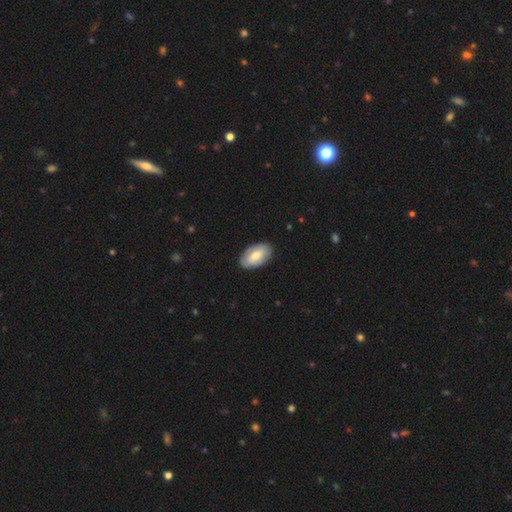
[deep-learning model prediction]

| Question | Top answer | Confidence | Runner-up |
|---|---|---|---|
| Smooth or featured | smooth | 67% | featured or disk (28%) |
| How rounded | in between | 95% | round (4%) |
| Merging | none | 85% | minor disturbance (12%) |